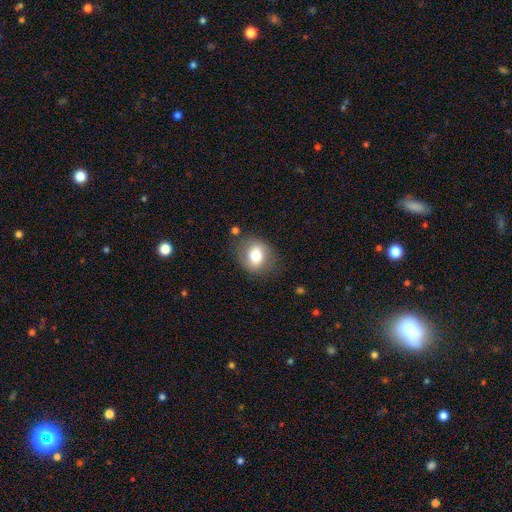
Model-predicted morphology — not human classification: Smooth or featured: smooth — 74% (featured or disk — 17%)
How rounded: round — 64% (in between — 35%)
Merging: none — 75% (minor disturbance — 16%)